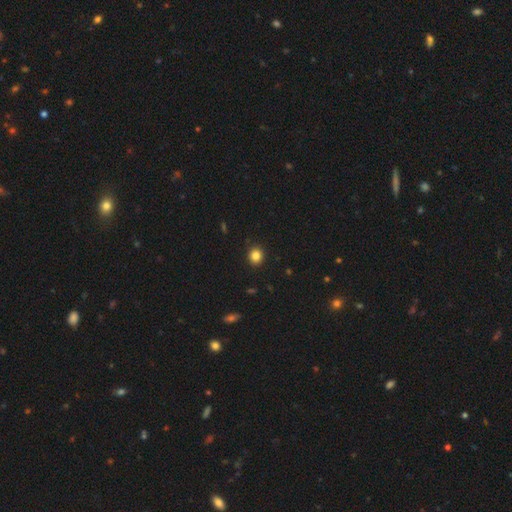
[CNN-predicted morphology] Smooth or featured? Predicted: smooth (p=0.84). How rounded? Predicted: round (p=0.84). Merging? Predicted: none (p=0.92).